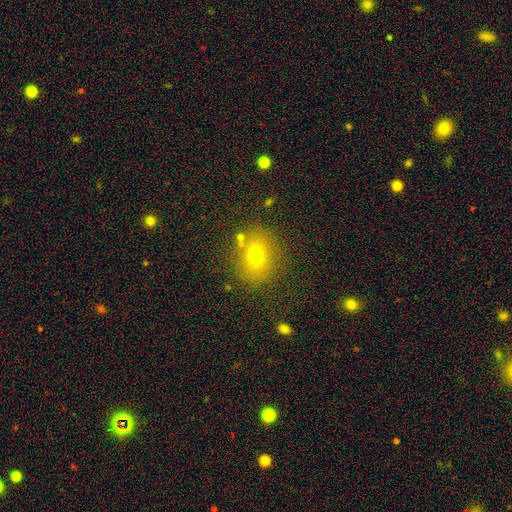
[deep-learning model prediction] Smooth or featured? smooth (68%)
How rounded? round (49%, tied with in between)
Merging? none (79%)